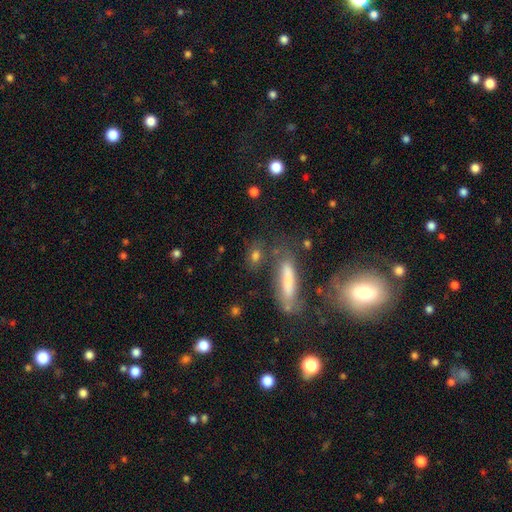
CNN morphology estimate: Smooth or featured?
  - smooth: 72% *
  - featured or disk: 16%
  - star or artifact: 13%
How rounded?
  - in between: 53% *
  - cigar-shaped: 32%
  - round: 15%
Merging?
  - none: 64% *
  - minor disturbance: 16%
  - merger: 12%
  - major disturbance: 8%